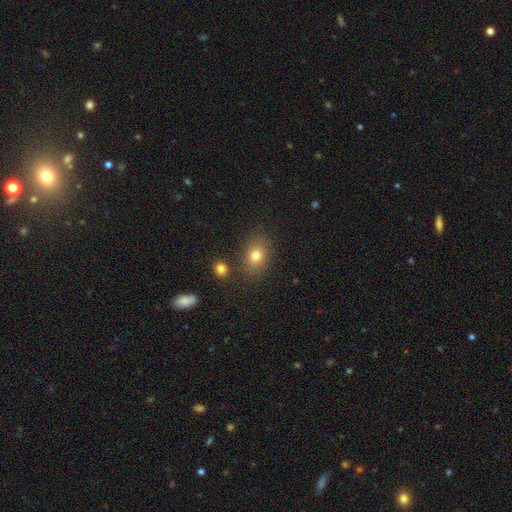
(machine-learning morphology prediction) Q: Smooth or featured?
A: smooth (77%); runner-up: star or artifact (12%)
Q: How rounded?
A: in between (64%); runner-up: round (34%)
Q: Merging?
A: none (80%); runner-up: minor disturbance (11%)